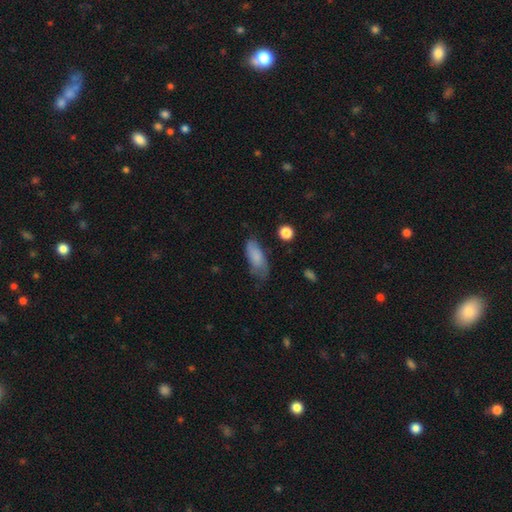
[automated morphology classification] The model was most divided on "merging": none: 57%, minor disturbance: 30%, major disturbance: 10%, merger: 2%. More confident: how rounded — in between (79%); smooth or featured — smooth (77%).